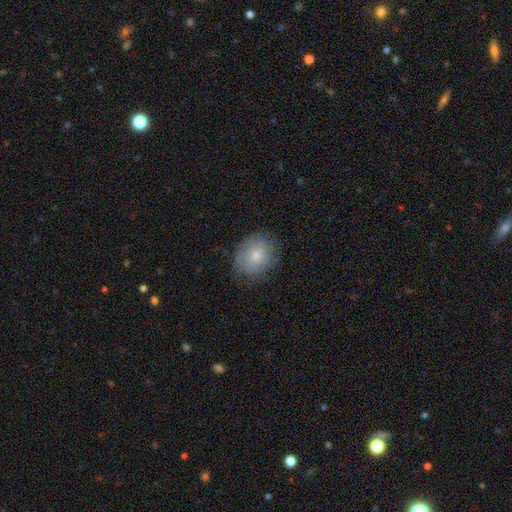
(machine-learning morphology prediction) smooth-or-featured: smooth: 69% | featured or disk: 23% | star or artifact: 8%
  how-rounded: round: 55% | in between: 44% | cigar-shaped: 1%
  merging: none: 75% | minor disturbance: 19% | major disturbance: 5% | merger: 1%